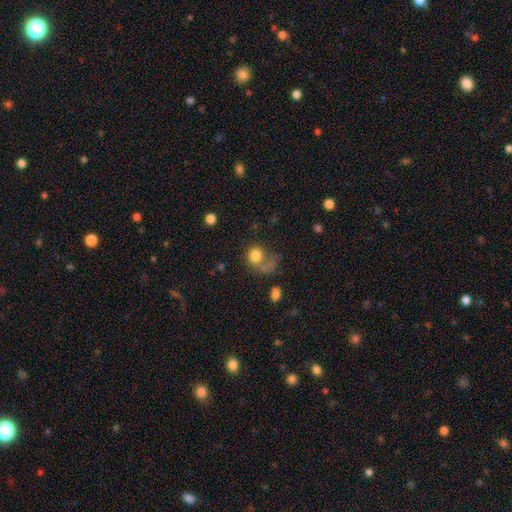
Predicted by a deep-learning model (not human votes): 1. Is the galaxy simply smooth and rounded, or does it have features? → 77% smooth, 13% featured or disk, 10% star or artifact.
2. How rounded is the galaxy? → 61% round, 38% in between, 1% cigar-shaped.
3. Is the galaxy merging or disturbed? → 34% major disturbance, 29% none, 21% merger, 16% minor disturbance.